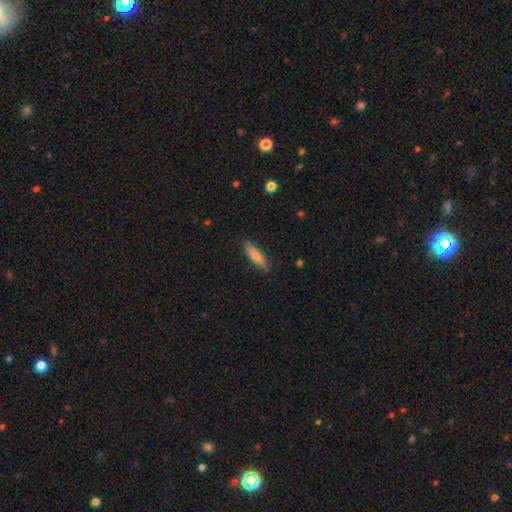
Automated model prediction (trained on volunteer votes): smooth-or-featured: smooth: 73% | featured or disk: 21% | star or artifact: 6%
  how-rounded: cigar-shaped: 70% | in between: 28% | round: 2%
  merging: none: 86% | minor disturbance: 11% | major disturbance: 2% | merger: 1%